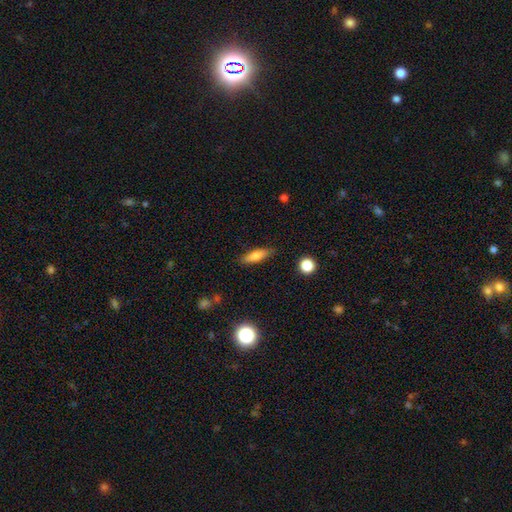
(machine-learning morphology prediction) The model was most divided on "how rounded": cigar-shaped: 49%, in between: 48%, round: 3%. More confident: merging — none (85%); smooth or featured — smooth (72%).